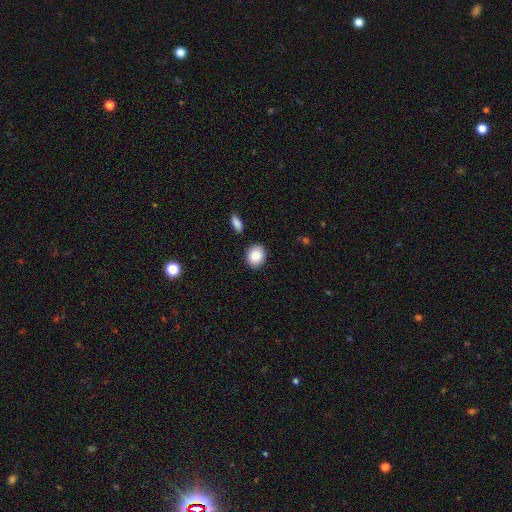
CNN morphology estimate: This appears to be a smooth galaxy with no disk features (87%) that is round (59%). Merging: none (87%).